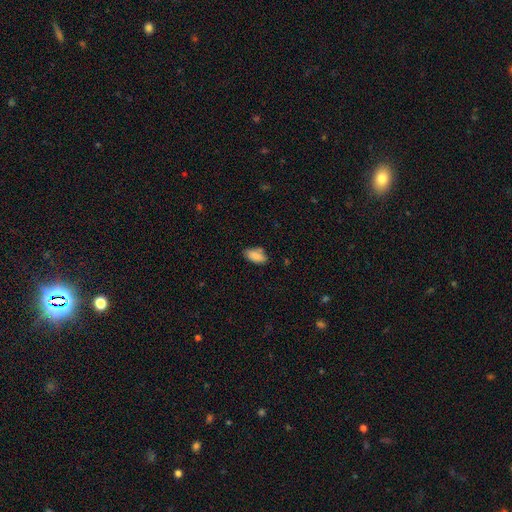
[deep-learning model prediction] Morphology: type=smooth (87%); roundness=in between (91%); merging=none (73%).